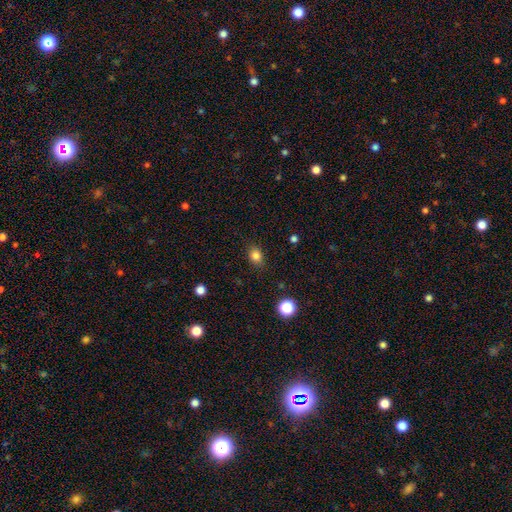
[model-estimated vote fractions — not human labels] Q: Smooth or featured?
A: smooth (83%); runner-up: star or artifact (12%)
Q: How rounded?
A: in between (59%); runner-up: round (40%)
Q: Merging?
A: none (86%); runner-up: minor disturbance (10%)